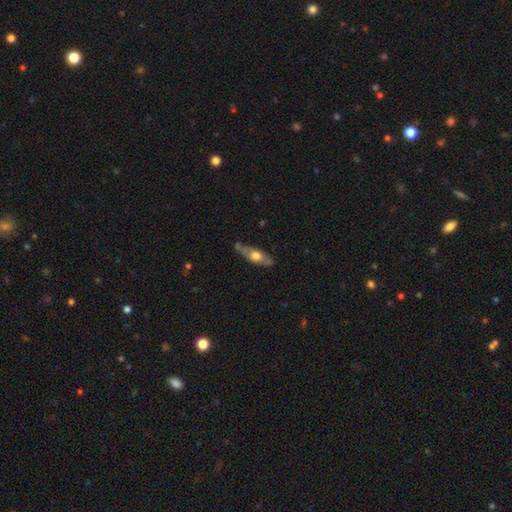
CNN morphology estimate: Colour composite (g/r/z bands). It shows a featured or disk galaxy (47%, tied with smooth). Merging: none (69%).